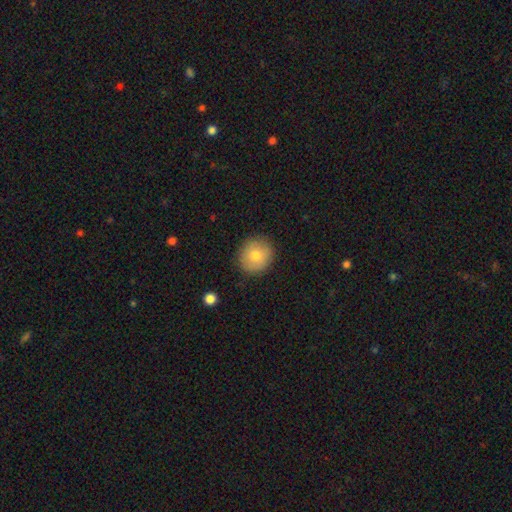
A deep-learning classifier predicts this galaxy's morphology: This is likely a smooth galaxy (77%). How rounded: clearly round (88%). Merging: clearly none (88%).